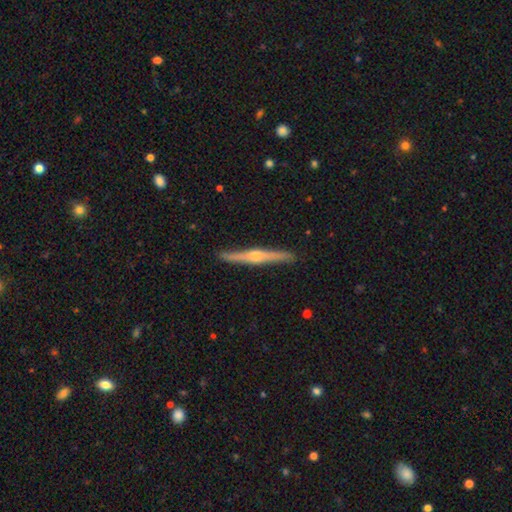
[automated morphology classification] smooth-or-featured: featured or disk: 77% | smooth: 18% | star or artifact: 5%
  disk-edge-on: yes: 98% | no: 2%
    edge-on-bulge: rounded: 89% | none: 6% | boxy: 5%
  merging: none: 91% | minor disturbance: 7% | major disturbance: 1% | merger: 1%